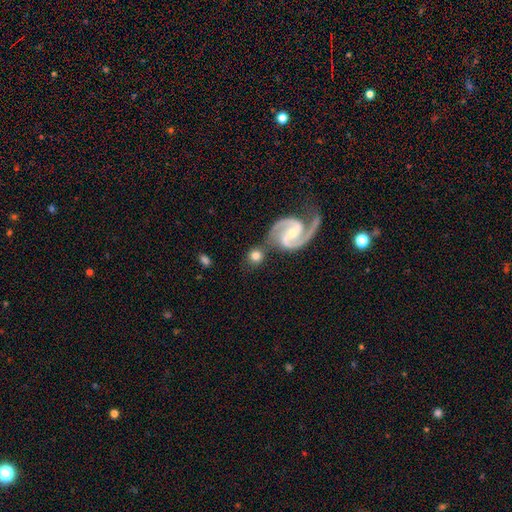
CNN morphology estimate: smooth-or-featured: smooth: 51% | featured or disk: 42% | star or artifact: 7%
  how-rounded: round: 88% | in between: 11% | cigar-shaped: 2%
  merging: none: 69% | merger: 16% | minor disturbance: 11% | major disturbance: 4%